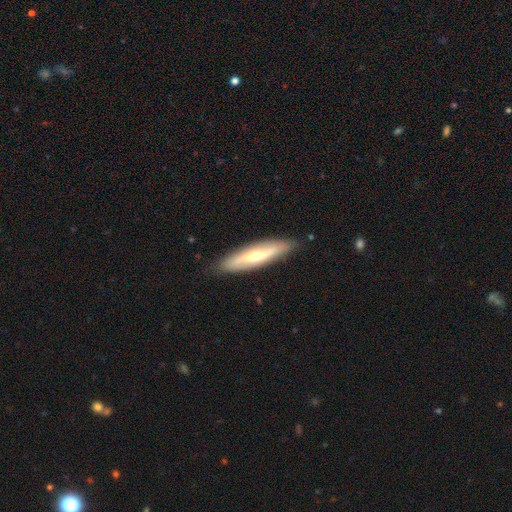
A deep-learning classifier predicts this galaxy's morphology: This appears to be a featured or disk galaxy (57%) viewed edge-on (64%). Merging: none (87%).